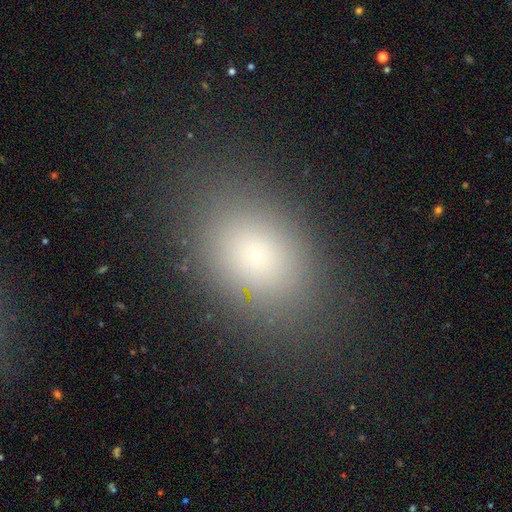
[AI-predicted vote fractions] Smooth or featured?
  - smooth: 76% *
  - star or artifact: 14%
  - featured or disk: 9%
How rounded?
  - in between: 79% *
  - round: 19%
  - cigar-shaped: 2%
Merging?
  - none: 81% *
  - minor disturbance: 12%
  - major disturbance: 6%
  - merger: 1%